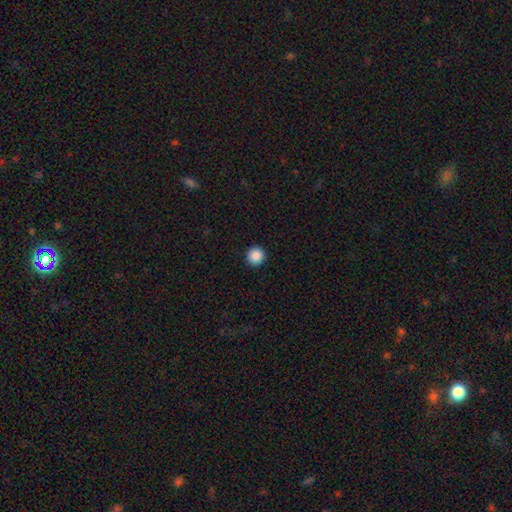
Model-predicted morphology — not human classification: Smooth or featured?
  - smooth: 88% *
  - star or artifact: 9%
  - featured or disk: 3%
How rounded?
  - round: 95% *
  - in between: 4%
  - cigar-shaped: 1%
Merging?
  - none: 93% *
  - minor disturbance: 4%
  - major disturbance: 1%
  - merger: 1%